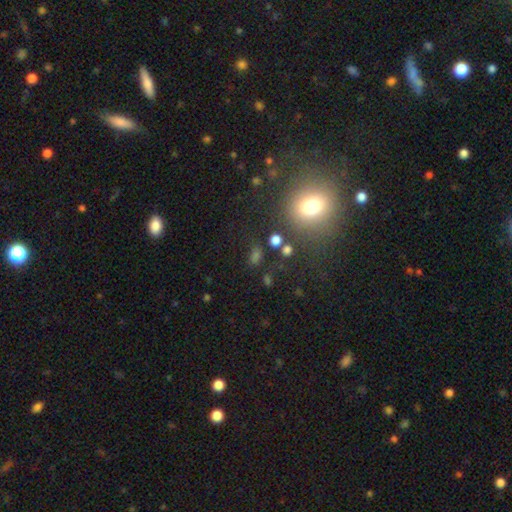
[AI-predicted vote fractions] Overall: smooth (58%; star or artifact 31%). How rounded: round (49%; in between 46%). Merging: none (74%).